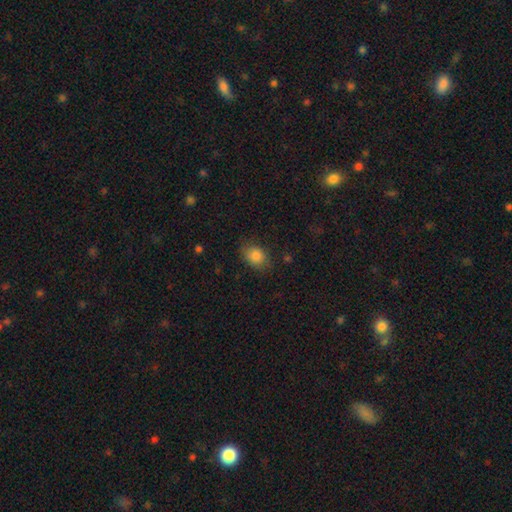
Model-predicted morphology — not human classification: Q: Smooth or featured?
A: smooth (85%); runner-up: star or artifact (9%)
Q: How rounded?
A: in between (67%); runner-up: round (32%)
Q: Merging?
A: none (78%); runner-up: minor disturbance (16%)